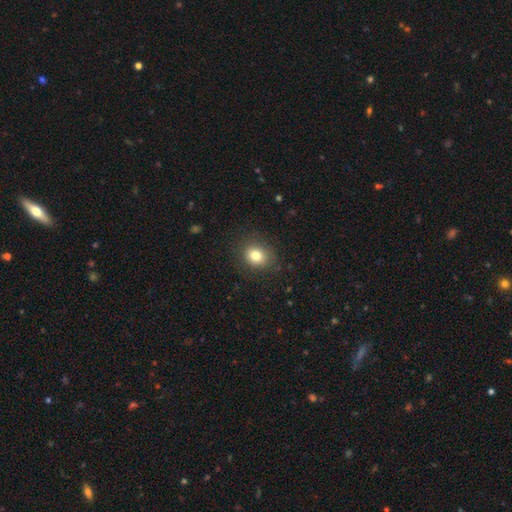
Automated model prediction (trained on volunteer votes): This appears to be a smooth galaxy with no disk features (79%) that is round (65%). Merging: none (85%).